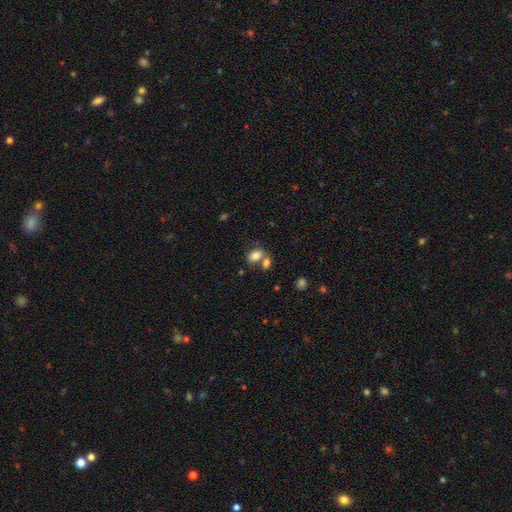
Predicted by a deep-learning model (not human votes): This is clearly a smooth galaxy (82%). How rounded: clearly in between (82%). Merging: marginally none (45%).